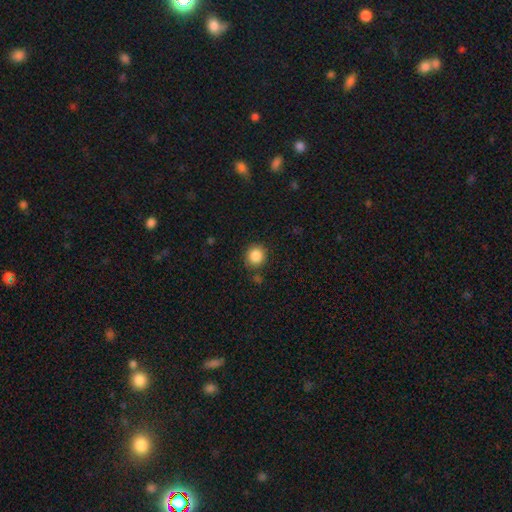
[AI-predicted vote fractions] Smooth or featured? Predicted: smooth (p=0.86). How rounded? Predicted: round (p=0.91). Merging? Predicted: none (p=0.83).